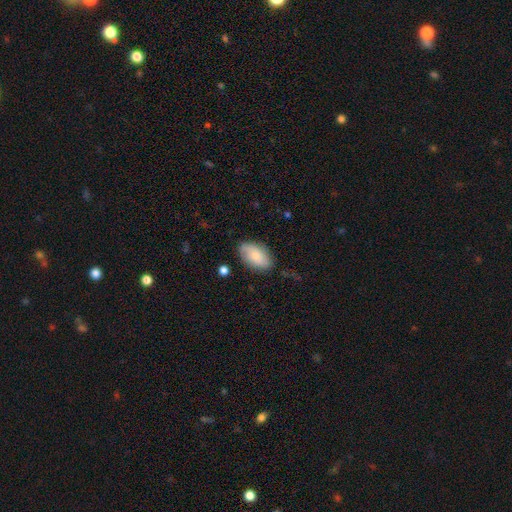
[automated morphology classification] A smooth galaxy with no disk features (75%) that is in between round and cigar-shaped (93%).

Vote fractions:
- Smooth or featured? smooth: 75% / featured or disk: 18% / star or artifact: 7%
- How rounded? in between: 93% / round: 4% / cigar-shaped: 2%
- Merging? none: 79% / minor disturbance: 15% / major disturbance: 4% / merger: 2%